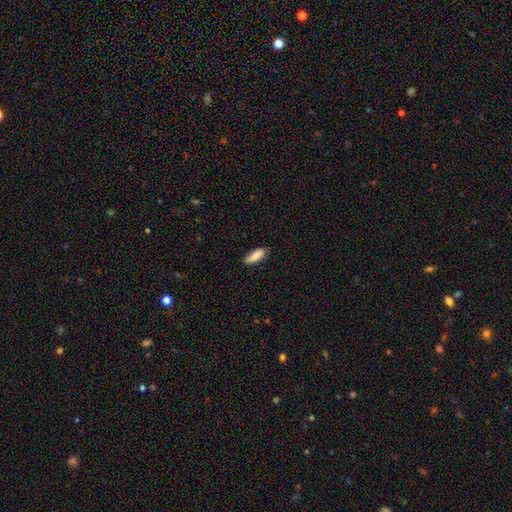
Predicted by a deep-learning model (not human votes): Morphology: type=smooth (87%); roundness=in between (65%); merging=none (76%).